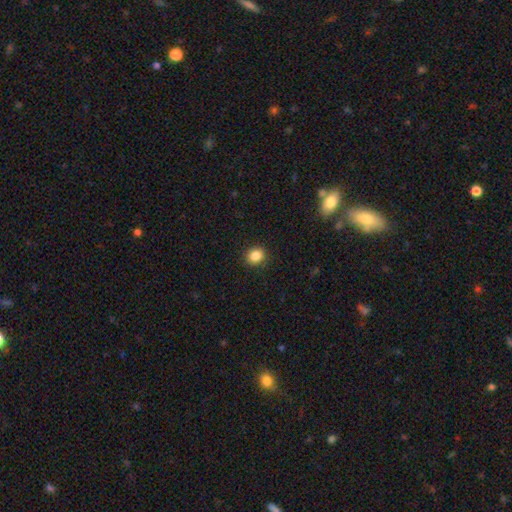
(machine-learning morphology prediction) smooth-or-featured: smooth: 86% | star or artifact: 10% | featured or disk: 4%
  how-rounded: round: 69% | in between: 30% | cigar-shaped: 1%
  merging: none: 90% | minor disturbance: 7% | major disturbance: 2% | merger: 1%